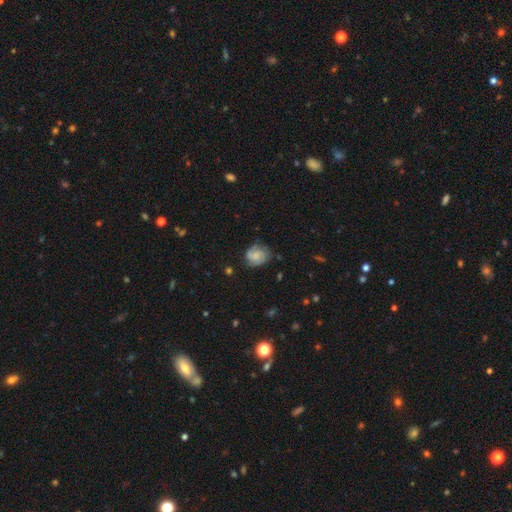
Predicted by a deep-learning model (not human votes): Morphology: type=featured or disk (59%); edge-on=no (98%); bar=no (63%); spiral arms=yes (90%); winding=tight (48%); arm count=2 (57%); bulge=small (40%); merging=none (69%).